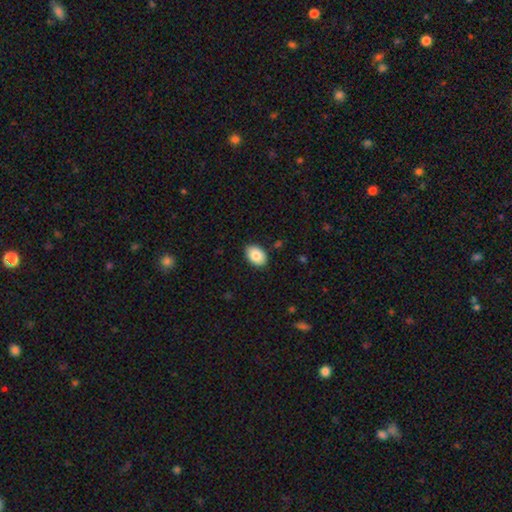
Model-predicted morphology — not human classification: This appears to be a smooth galaxy with no disk features (85%) that is in between round and cigar-shaped (86%). Merging: none (87%).